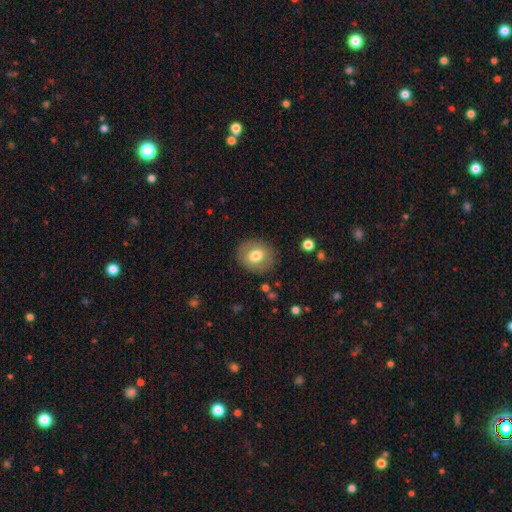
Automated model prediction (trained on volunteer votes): Overall: smooth (73%). How rounded: round (72%). Merging: none (86%).